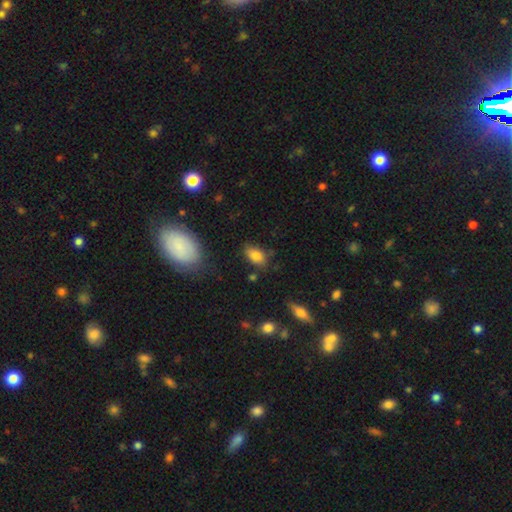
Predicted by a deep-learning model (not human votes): Smooth or featured? smooth (81%)
How rounded? in between (89%)
Merging? none (75%)